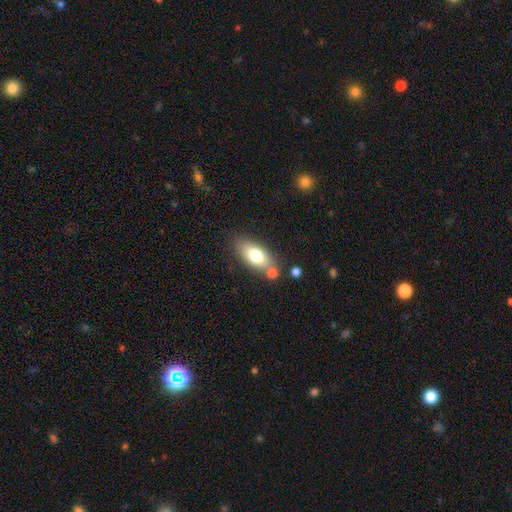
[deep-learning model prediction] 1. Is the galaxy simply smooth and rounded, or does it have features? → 74% smooth, 18% featured or disk, 8% star or artifact.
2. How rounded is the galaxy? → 84% in between, 11% cigar-shaped, 5% round.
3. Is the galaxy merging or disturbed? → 70% none, 14% merger, 13% minor disturbance, 4% major disturbance.